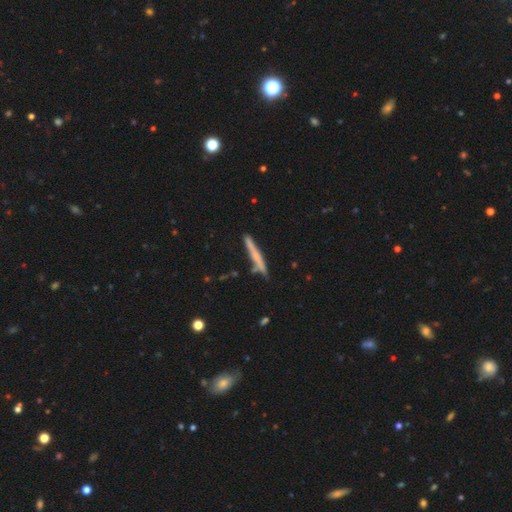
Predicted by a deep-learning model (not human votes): The model was most divided on "smooth or featured": smooth: 53%, featured or disk: 40%, star or artifact: 7%. More confident: how rounded — cigar-shaped (96%); merging — none (80%).